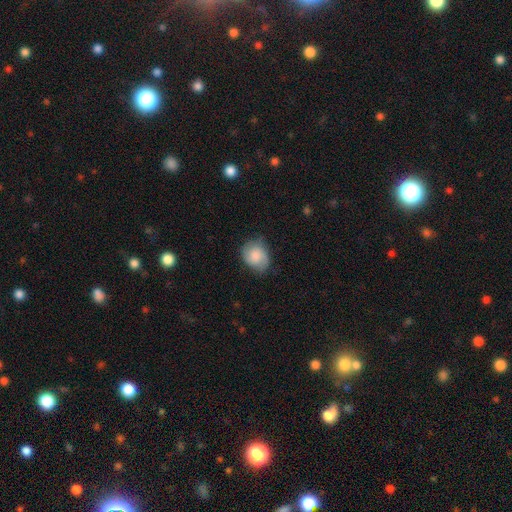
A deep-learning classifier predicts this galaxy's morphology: Smooth or featured? smooth (69%)
How rounded? round (55%)
Merging? none (67%)